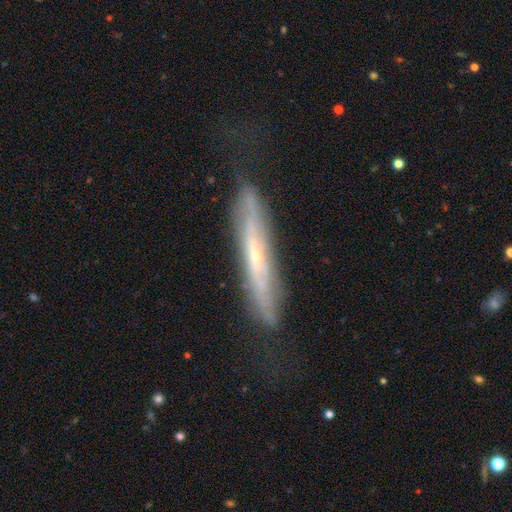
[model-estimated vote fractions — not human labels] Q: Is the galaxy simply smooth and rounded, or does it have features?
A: featured or disk — 69%.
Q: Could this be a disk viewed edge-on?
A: yes — 70%.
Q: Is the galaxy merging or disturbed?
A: none — 70%.